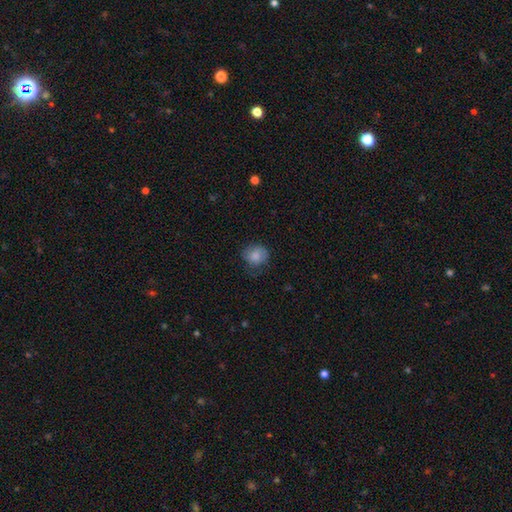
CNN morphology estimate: smooth 82%, featured or disk 10%, star or artifact 8%. Down the decision tree: how rounded — round (75%); merging — none (65%).